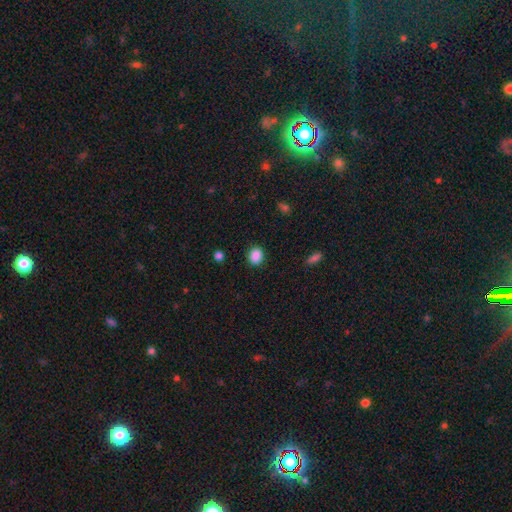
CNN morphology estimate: Overall: smooth (88%). How rounded: round (54%; in between 45%). Merging: none (88%).